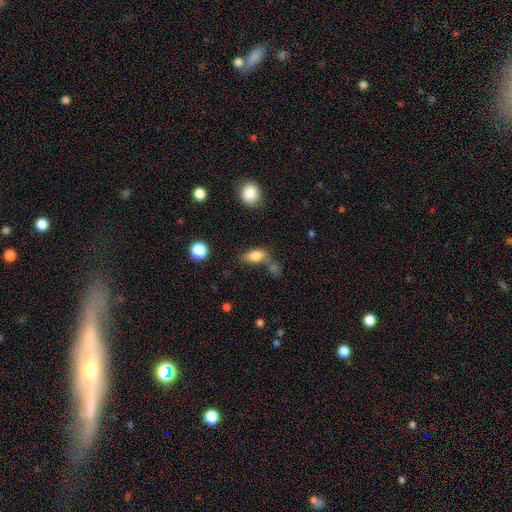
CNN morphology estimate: smooth-or-featured: smooth: 80% | featured or disk: 10% | star or artifact: 10%
  how-rounded: in between: 86% | round: 9% | cigar-shaped: 5%
  merging: none: 49% | merger: 24% | minor disturbance: 18% | major disturbance: 9%